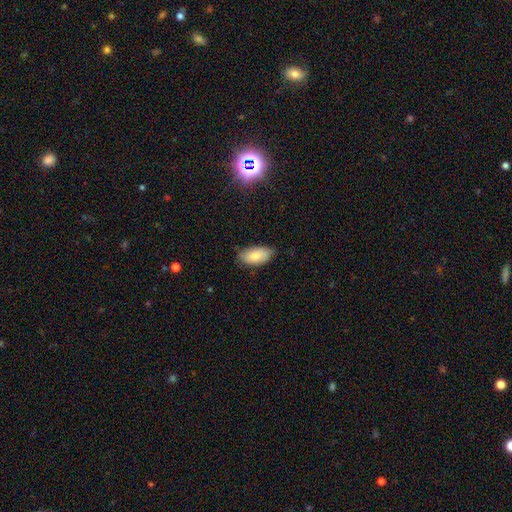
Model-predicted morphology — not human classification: Overall: smooth (81%). How rounded: in between (94%). Merging: none (75%).